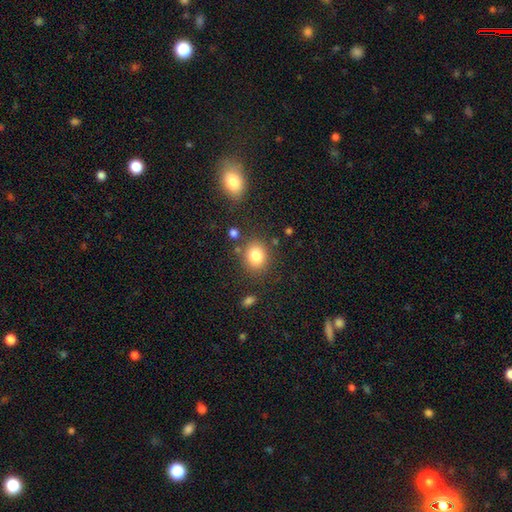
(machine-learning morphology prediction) Q: Smooth or featured?
A: smooth (82%); runner-up: star or artifact (11%)
Q: How rounded?
A: round (67%); runner-up: in between (32%)
Q: Merging?
A: none (80%); runner-up: minor disturbance (11%)